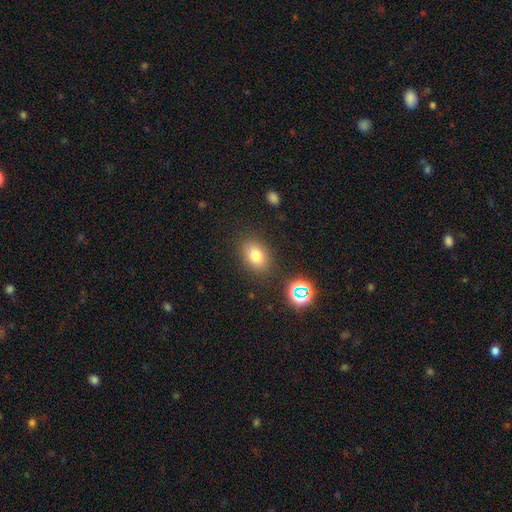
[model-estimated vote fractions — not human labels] smooth_or_featured: smooth (p=0.75) [alt: star or artifact p=0.15]
how_rounded: in between (p=0.66) [alt: round p=0.33]
merging: none (p=0.82) [alt: minor disturbance p=0.12]